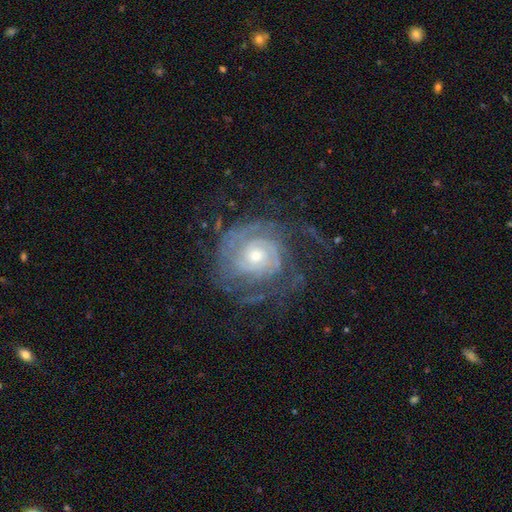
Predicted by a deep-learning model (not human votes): Smooth or featured? featured or disk (86%)
Edge-on disk? no (97%)
Bar? no (76%)
Spiral arms? yes (95%)
Spiral winding? tight (75%)
Spiral arm count? can't tell (37%)
Bulge size? moderate (48%)
Merging? none (63%)